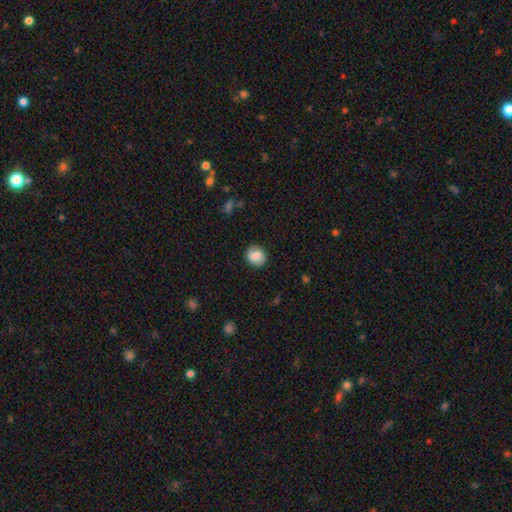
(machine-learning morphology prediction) Smooth or featured?
  - smooth: 66% *
  - featured or disk: 26%
  - star or artifact: 8%
How rounded?
  - round: 76% *
  - in between: 23%
  - cigar-shaped: 1%
Merging?
  - none: 85% *
  - minor disturbance: 11%
  - major disturbance: 3%
  - merger: 1%